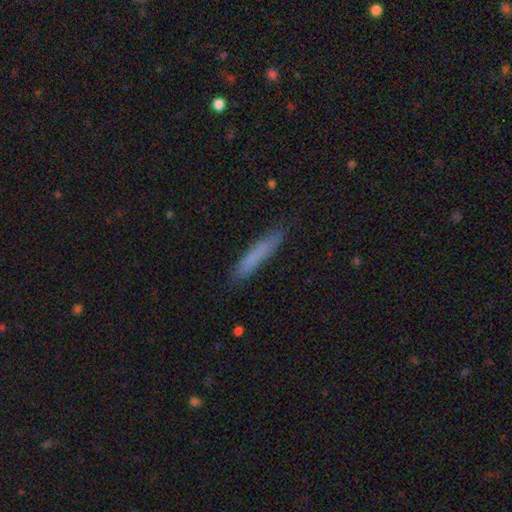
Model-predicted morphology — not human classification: smooth 75%, featured or disk 17%, star or artifact 7%. Down the decision tree: how rounded — cigar-shaped (93%); merging — none (84%).